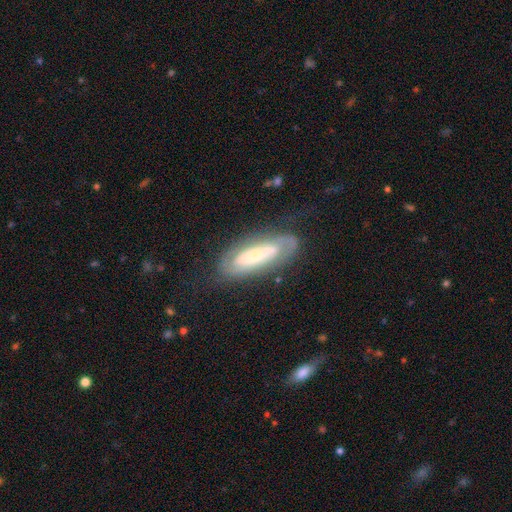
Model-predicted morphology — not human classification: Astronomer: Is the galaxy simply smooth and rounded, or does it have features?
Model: featured or disk — 67%.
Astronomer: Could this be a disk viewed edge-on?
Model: no — 82%.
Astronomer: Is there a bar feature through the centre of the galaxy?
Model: no — 46% (runner-up: weak, 28%).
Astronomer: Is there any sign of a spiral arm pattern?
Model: yes — 77%.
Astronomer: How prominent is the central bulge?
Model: small — 51% (runner-up: moderate, 30%).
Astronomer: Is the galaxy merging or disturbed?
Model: none — 67%.